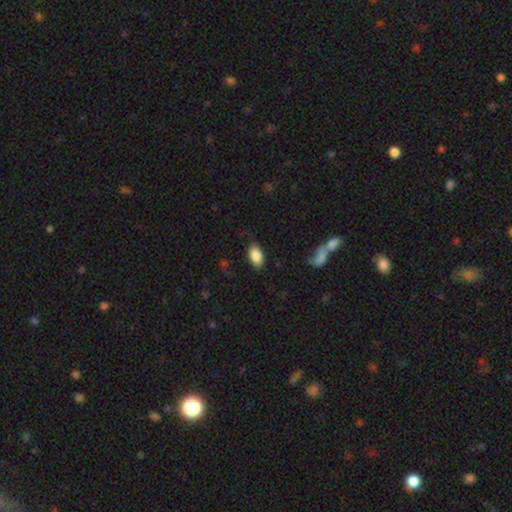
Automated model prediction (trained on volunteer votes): Morphology: type=smooth (87%); roundness=in between (93%); merging=none (78%).